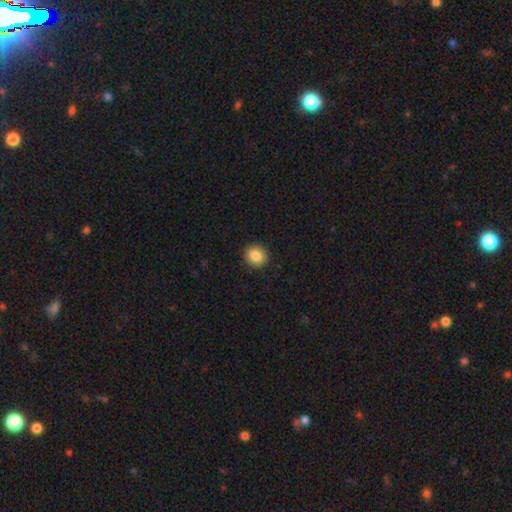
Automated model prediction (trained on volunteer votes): smooth-or-featured: smooth: 85% | star or artifact: 9% | featured or disk: 6%
  how-rounded: round: 83% | in between: 16% | cigar-shaped: 1%
  merging: none: 91% | minor disturbance: 6% | major disturbance: 2% | merger: 1%